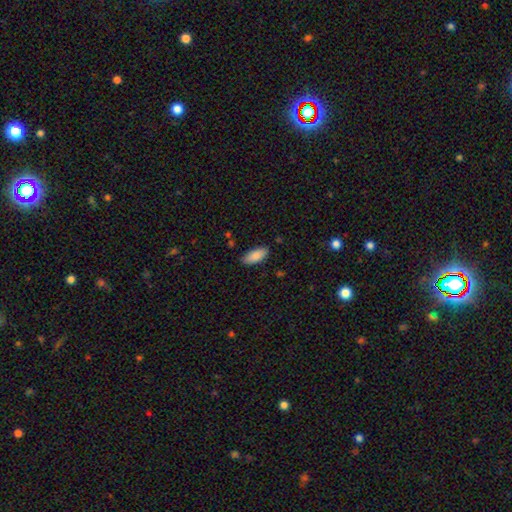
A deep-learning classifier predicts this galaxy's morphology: smooth_or_featured: smooth (p=0.88) [alt: star or artifact p=0.06]
how_rounded: in between (p=0.88) [alt: cigar-shaped p=0.11]
merging: none (p=0.85) [alt: minor disturbance p=0.12]